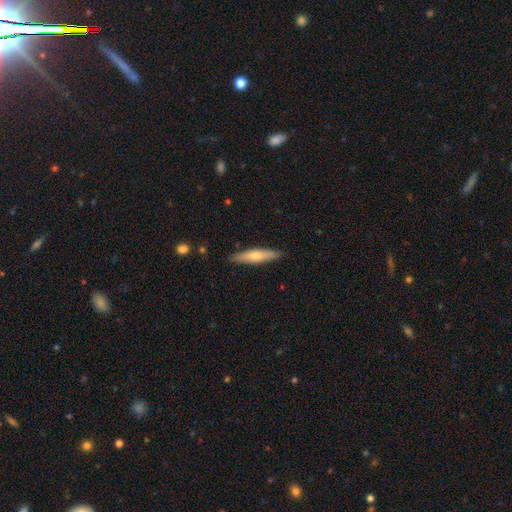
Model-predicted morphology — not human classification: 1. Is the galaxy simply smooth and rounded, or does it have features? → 56% smooth, 38% featured or disk, 5% star or artifact.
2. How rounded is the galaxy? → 81% cigar-shaped, 17% in between, 2% round.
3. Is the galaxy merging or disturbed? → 88% none, 9% minor disturbance, 2% major disturbance, 1% merger.